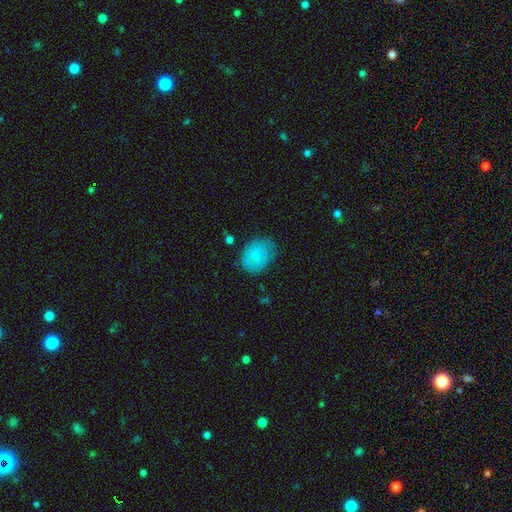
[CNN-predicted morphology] smooth_or_featured: smooth (p=0.74) [alt: featured or disk p=0.19]
how_rounded: in between (p=0.57) [alt: round p=0.42]
merging: none (p=0.66) [alt: minor disturbance p=0.25]